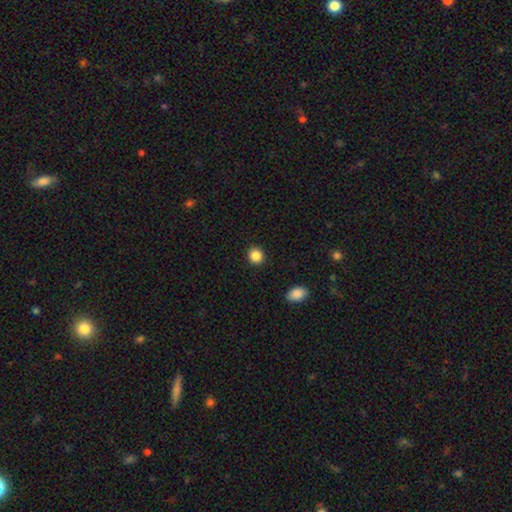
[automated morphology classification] The model was most divided on "how rounded": round: 87%, in between: 12%, cigar-shaped: 1%. More confident: merging — none (92%); smooth or featured — smooth (87%).